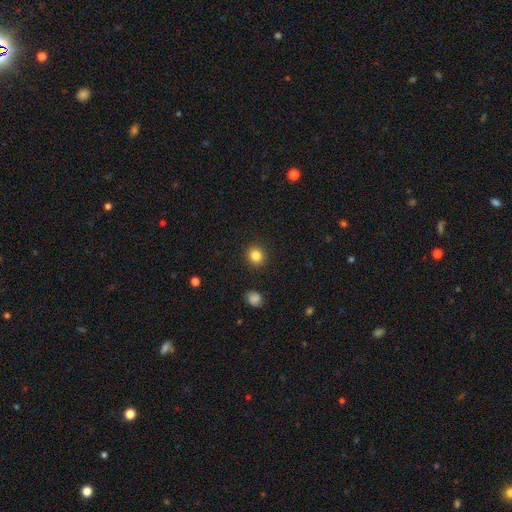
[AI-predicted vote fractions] Overall: smooth (83%). How rounded: round (89%). Merging: none (91%).